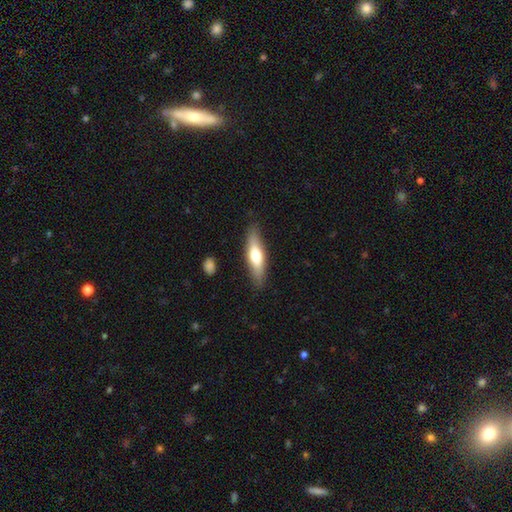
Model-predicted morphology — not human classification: A smooth galaxy with no disk features (58%) that is cigar-shaped (67%).

Vote fractions:
- Smooth or featured? smooth: 58% / featured or disk: 37% / star or artifact: 5%
- How rounded? cigar-shaped: 67% / in between: 31% / round: 2%
- Merging? none: 84% / minor disturbance: 11% / major disturbance: 3% / merger: 2%